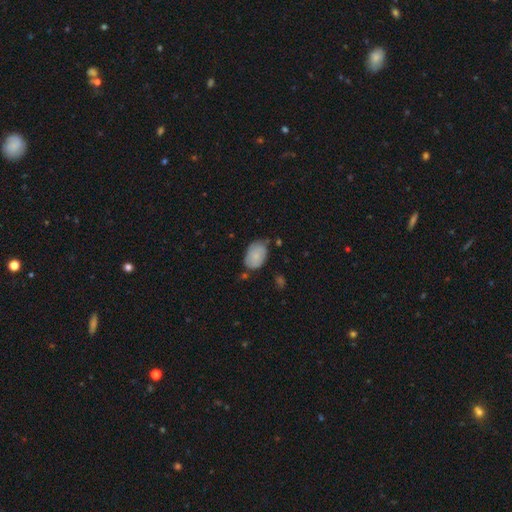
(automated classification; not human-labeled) smooth-or-featured: smooth: 80% | featured or disk: 14% | star or artifact: 6%
  how-rounded: in between: 87% | round: 12% | cigar-shaped: 1%
  merging: none: 59% | minor disturbance: 31% | major disturbance: 6% | merger: 5%